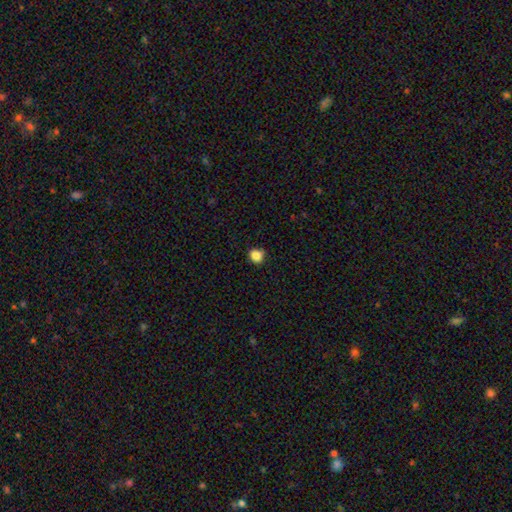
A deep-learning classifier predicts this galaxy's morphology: Overall: smooth (85%). How rounded: round (84%). Merging: none (79%).